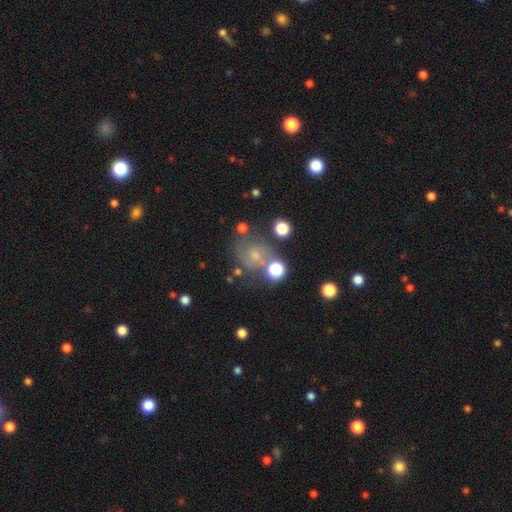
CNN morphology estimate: smooth-or-featured: featured or disk: 41% | smooth: 39% | star or artifact: 21%
  merging: none: 58% | minor disturbance: 20% | major disturbance: 12% | merger: 11%